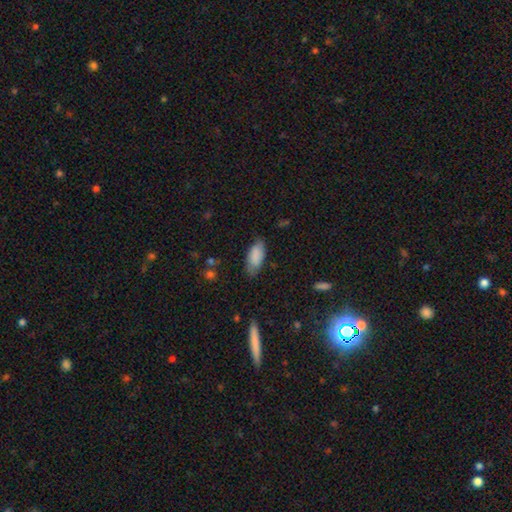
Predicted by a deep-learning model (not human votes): This appears to be a smooth galaxy with no disk features (85%) that is in between round and cigar-shaped (86%). Merging: none (74%).